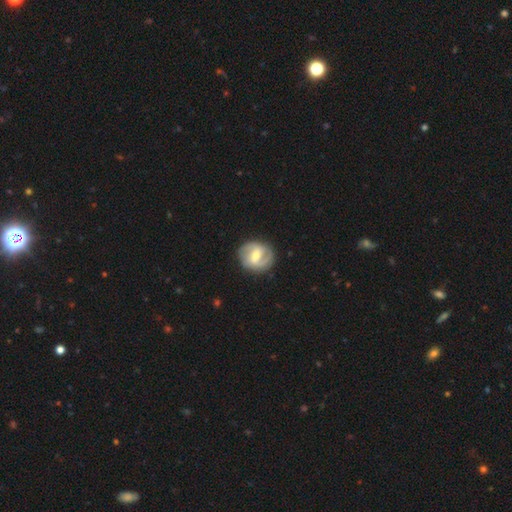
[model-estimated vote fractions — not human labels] smooth_or_featured: featured or disk (p=0.76) [alt: smooth p=0.20]
disk_edge_on: no (p=0.98) [alt: yes p=0.02]
bar: weak (p=0.52) [alt: strong p=0.31]
has_spiral_arms: yes (p=0.89) [alt: no p=0.11]
spiral_winding: medium (p=0.46) [alt: tight p=0.35]
spiral_arm_count: 2 (p=0.85) [alt: can't tell p=0.07]
bulge_size: moderate (p=0.56) [alt: small p=0.37]
merging: none (p=0.83) [alt: minor disturbance p=0.12]